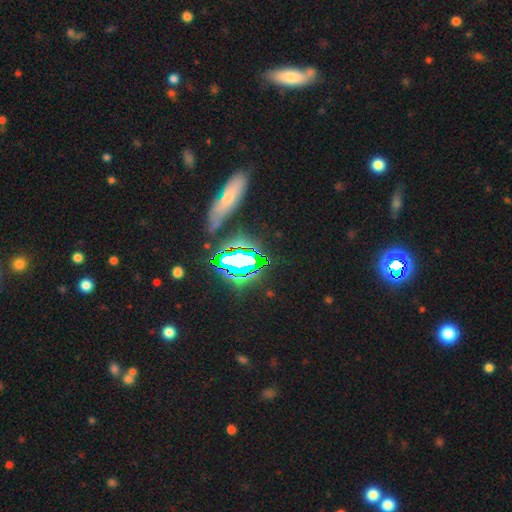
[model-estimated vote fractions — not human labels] Smooth or featured? star or artifact (72%)